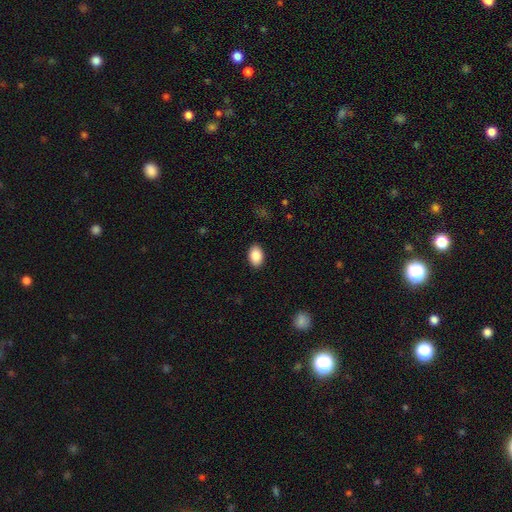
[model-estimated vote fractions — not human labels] smooth-or-featured: smooth: 87% | star or artifact: 7% | featured or disk: 5%
  how-rounded: in between: 86% | round: 12% | cigar-shaped: 1%
  merging: none: 90% | minor disturbance: 7% | major disturbance: 2% | merger: 1%